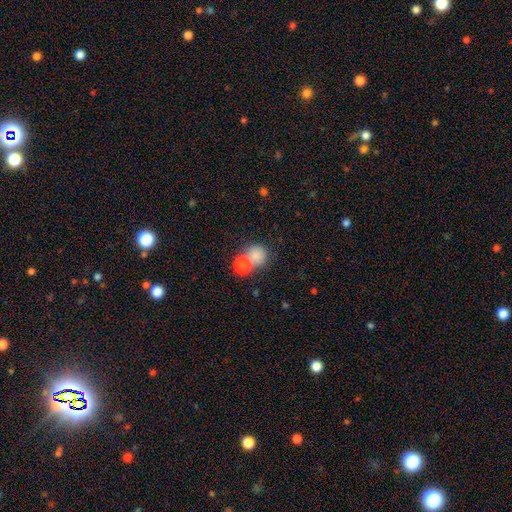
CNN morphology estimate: The model was most divided on "merging": none: 47%, merger: 38%, minor disturbance: 9%, major disturbance: 5%. More confident: how rounded — round (84%); smooth or featured — smooth (80%).